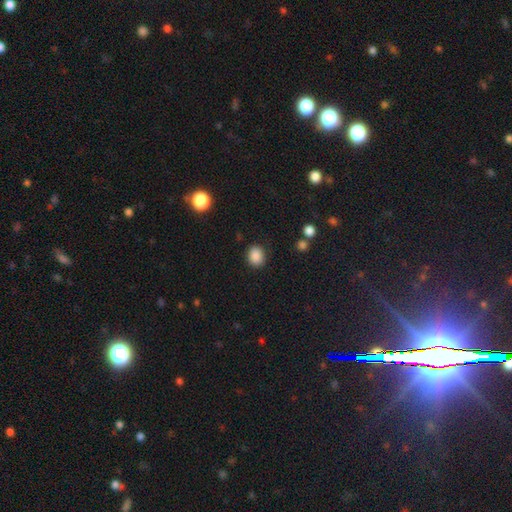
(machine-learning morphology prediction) This is clearly a smooth galaxy (87%). How rounded: likely round (61%). Merging: clearly none (88%).